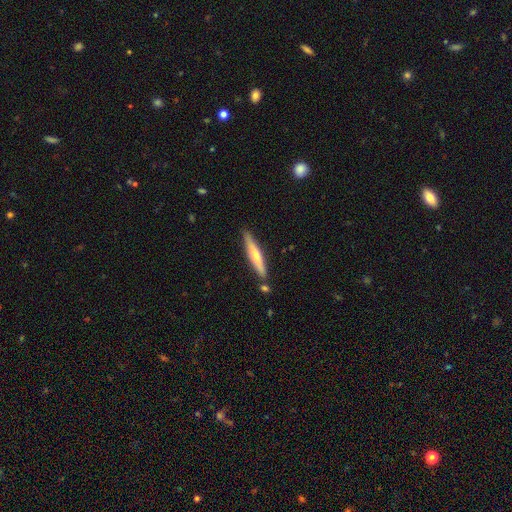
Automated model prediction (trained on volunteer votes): Smooth or featured?
  - smooth: 53% *
  - featured or disk: 41%
  - star or artifact: 5%
How rounded?
  - cigar-shaped: 91% *
  - in between: 8%
  - round: 1%
Merging?
  - none: 80% *
  - minor disturbance: 11%
  - merger: 6%
  - major disturbance: 2%